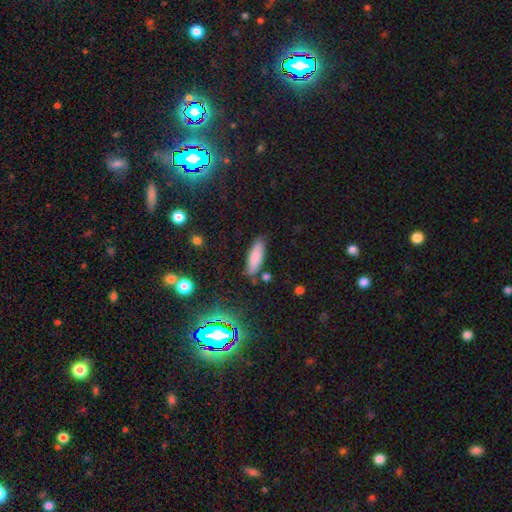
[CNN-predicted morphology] smooth 80%, featured or disk 11%, star or artifact 9%. Down the decision tree: how rounded — in between (53%); merging — none (81%).